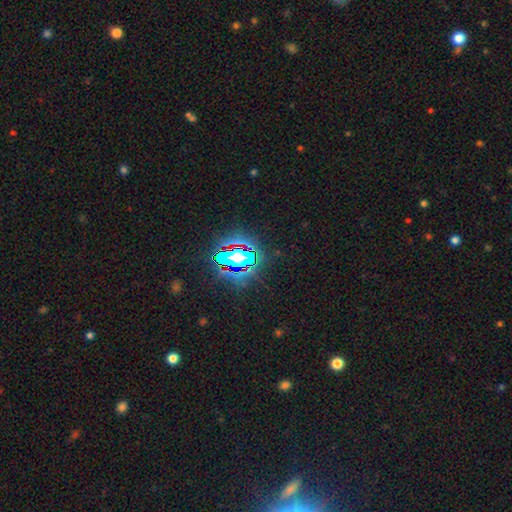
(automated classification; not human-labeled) Morphology: type=star or artifact (78%).